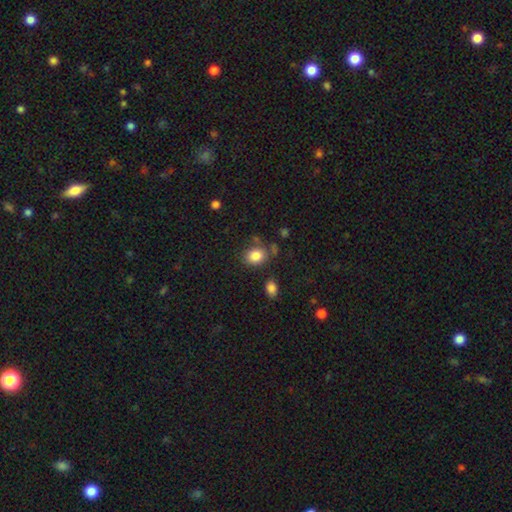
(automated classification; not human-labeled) A smooth galaxy with no disk features (84%) that is in between round and cigar-shaped (51%). Merging: none (71%).